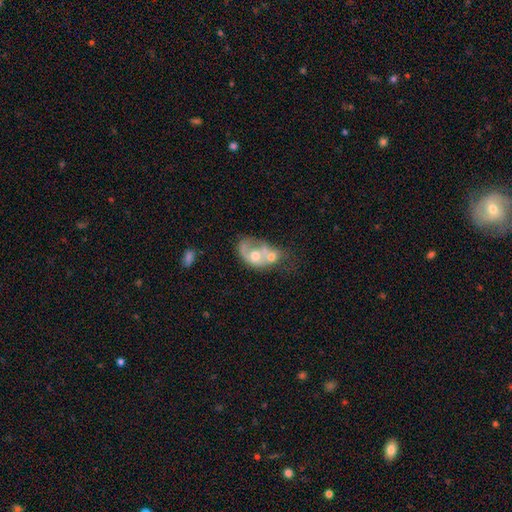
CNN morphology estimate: This appears to be a featured or disk galaxy (52%) with no bar (85%), no spiral arms (70%) and a moderate central bulge (65%). Merging: merger (65%).